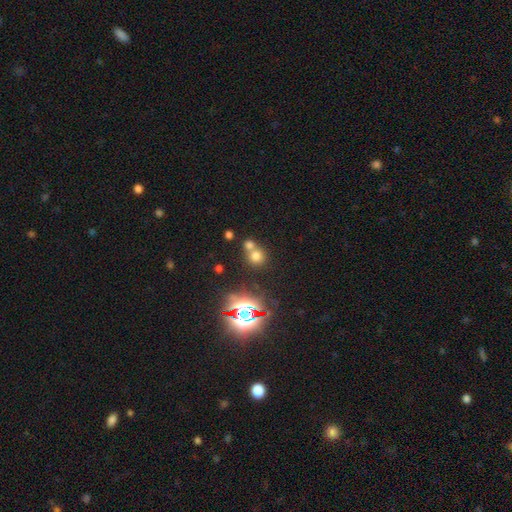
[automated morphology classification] Smooth or featured?
  - smooth: 64% *
  - star or artifact: 26%
  - featured or disk: 10%
How rounded?
  - round: 86% *
  - in between: 13%
  - cigar-shaped: 1%
Merging?
  - none: 46% *
  - merger: 45%
  - minor disturbance: 6%
  - major disturbance: 3%